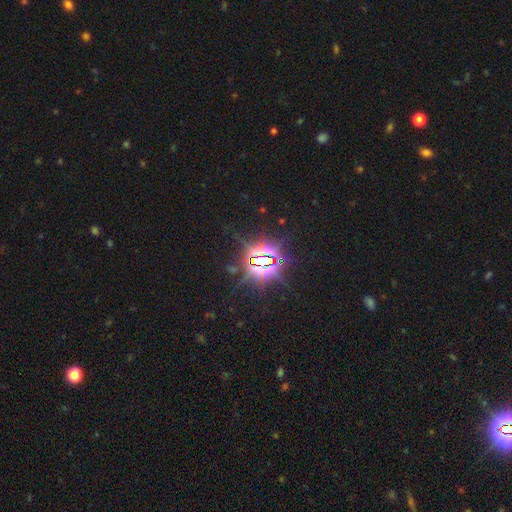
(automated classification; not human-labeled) This is clearly a star or artifact rather than a galaxy (85%).